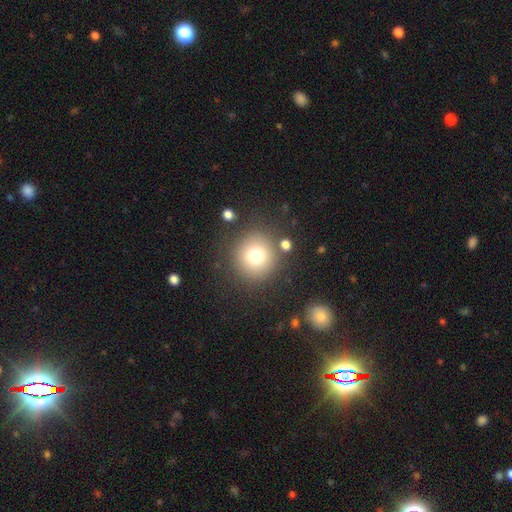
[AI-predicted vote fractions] smooth 75%, star or artifact 14%, featured or disk 11%. Down the decision tree: how rounded — round (94%); merging — none (83%).